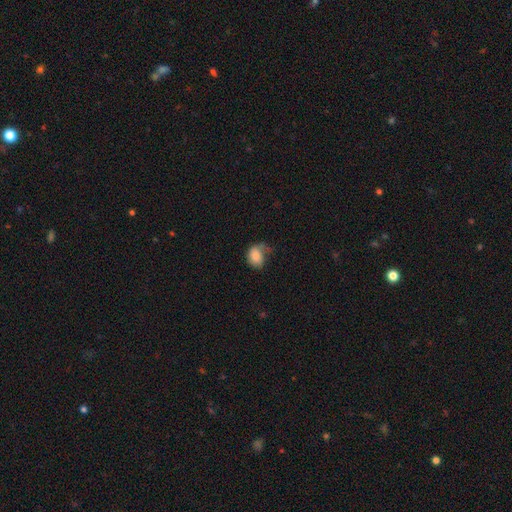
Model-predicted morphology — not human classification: Smooth or featured? Predicted: smooth (p=0.78). How rounded? Predicted: in between (p=0.62). Merging? Predicted: none (p=0.33).